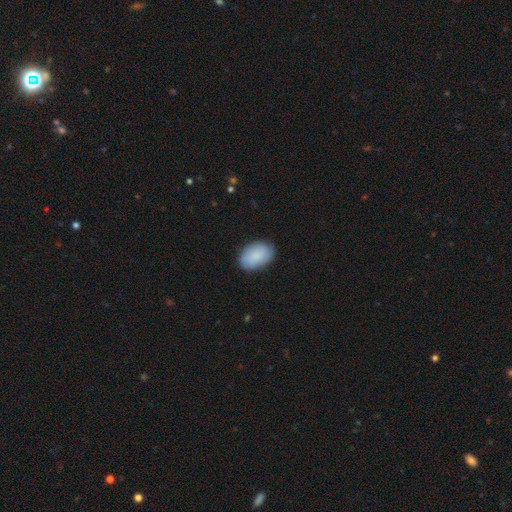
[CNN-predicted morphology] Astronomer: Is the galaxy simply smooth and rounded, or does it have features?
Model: smooth — 87%.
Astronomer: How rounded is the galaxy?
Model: in between — 89%.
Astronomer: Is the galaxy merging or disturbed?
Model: none — 84%.